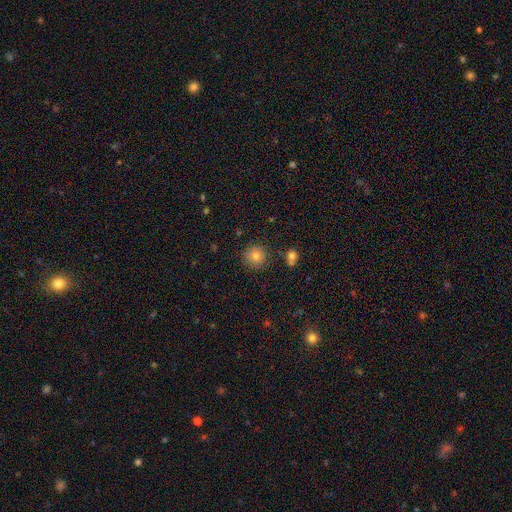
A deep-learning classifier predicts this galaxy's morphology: smooth 80%, star or artifact 12%, featured or disk 7%. Down the decision tree: how rounded — round (94%); merging — none (87%).